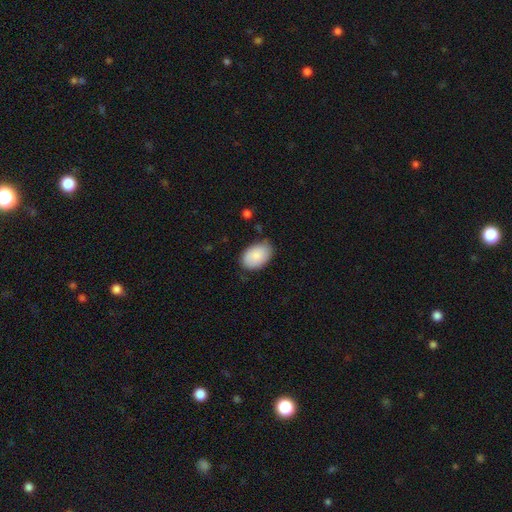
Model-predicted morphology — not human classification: A smooth galaxy with no disk features (88%) that is in between round and cigar-shaped (91%).

Vote fractions:
- Smooth or featured? smooth: 88% / featured or disk: 6% / star or artifact: 6%
- How rounded? in between: 91% / round: 8% / cigar-shaped: 1%
- Merging? none: 74% / minor disturbance: 21% / major disturbance: 3% / merger: 2%